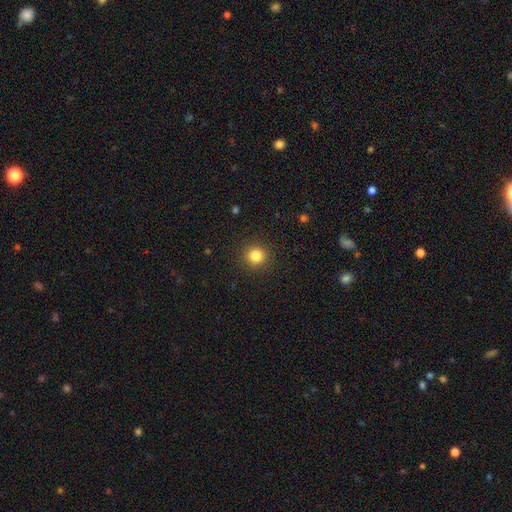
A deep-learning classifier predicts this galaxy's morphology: A smooth galaxy with no disk features (83%) that is round (94%). Merging: none (91%).